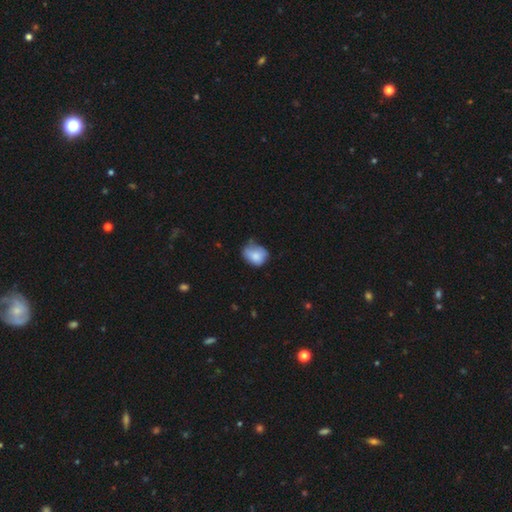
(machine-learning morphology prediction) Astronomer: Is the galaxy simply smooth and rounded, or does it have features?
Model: smooth — 76%.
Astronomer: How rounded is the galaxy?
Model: round — 52% (runner-up: in between, 47%).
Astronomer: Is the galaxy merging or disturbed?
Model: none — 42% (runner-up: minor disturbance, 40%).